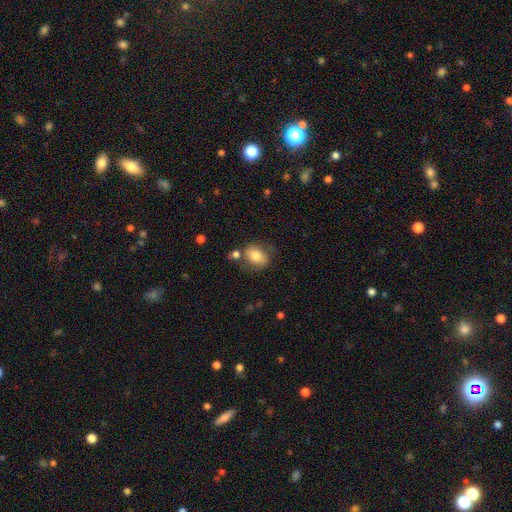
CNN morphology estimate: This appears to be a smooth galaxy with no disk features (76%) that is in between round and cigar-shaped (67%). Merging: none (61%).